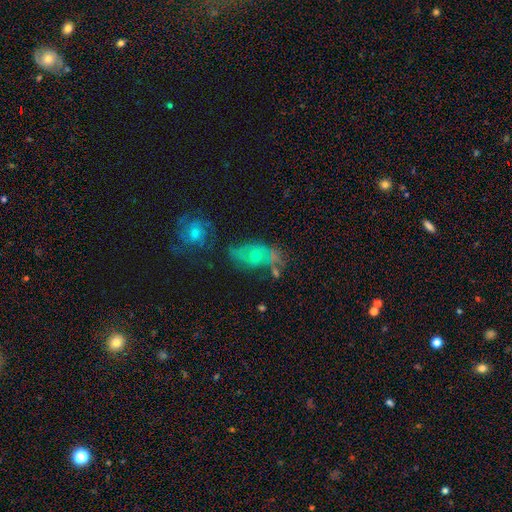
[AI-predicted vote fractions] featured or disk 54%, smooth 32%, star or artifact 14%. Down the decision tree: edge-on disk — no (93%); bar — no (83%); spiral arms — yes (60%); bulge size — small (54%); merging — none (41%).